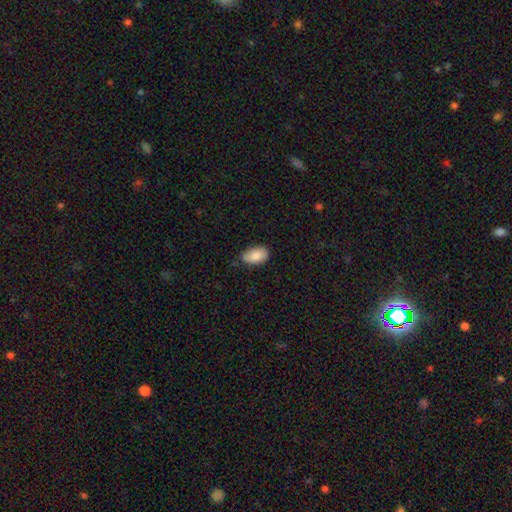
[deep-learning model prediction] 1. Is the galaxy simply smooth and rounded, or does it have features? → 86% smooth, 7% star or artifact, 7% featured or disk.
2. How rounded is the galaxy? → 94% in between, 4% round, 2% cigar-shaped.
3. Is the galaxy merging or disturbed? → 74% none, 22% minor disturbance, 3% major disturbance, 1% merger.